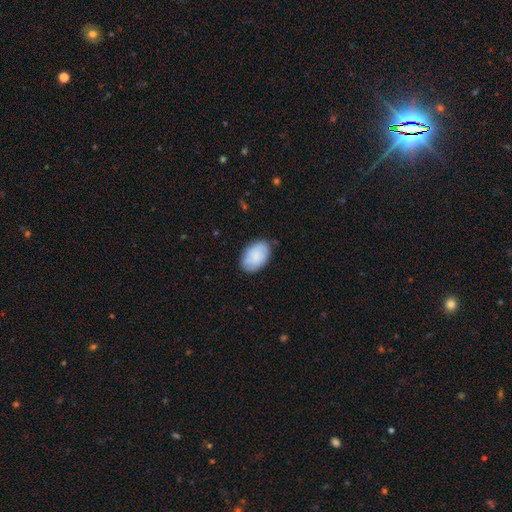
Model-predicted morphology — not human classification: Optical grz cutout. It shows a smooth galaxy with no disk features (73%) that is in between round and cigar-shaped (90%). Merging: none (82%).